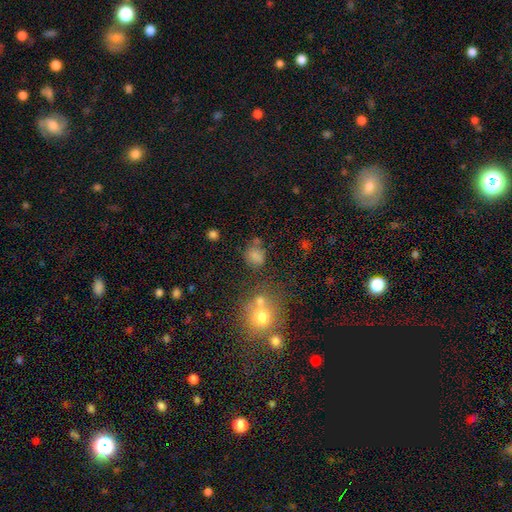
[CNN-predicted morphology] This is likely a smooth galaxy (72%). How rounded: likely round (63%). Merging: possibly none (59%).